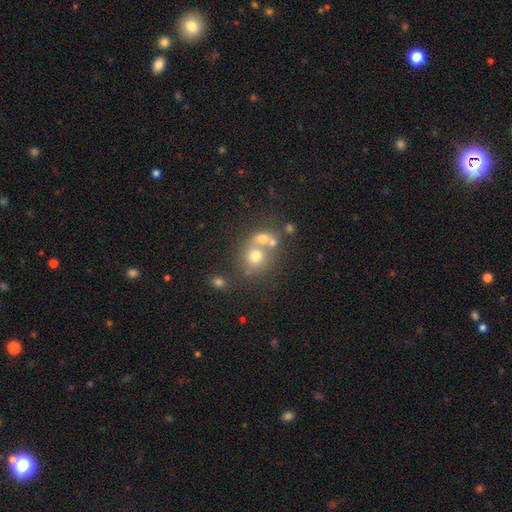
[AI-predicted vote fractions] Smooth or featured? smooth (64%)
How rounded? round (78%)
Merging? merger (47%)